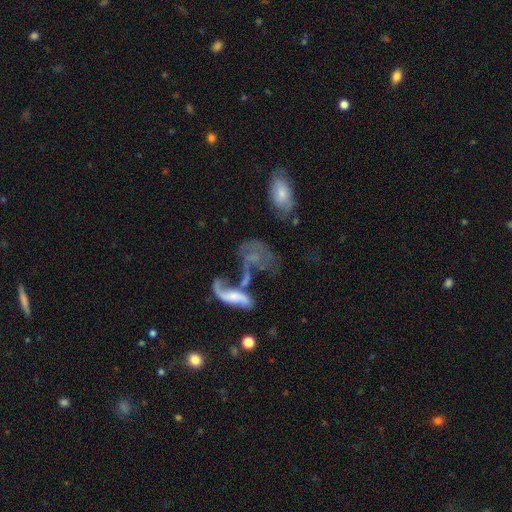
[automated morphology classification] Overall: featured or disk (57%; smooth 29%). Edge-on disk: no (92%). Bar: no (68%). Spiral arms: yes (58%; no 42%). Bulge size: none (43%; small 31%). Merging: merger (37%; major disturbance 31%).